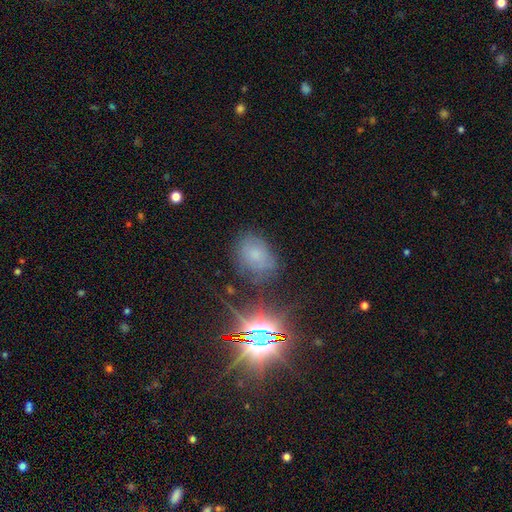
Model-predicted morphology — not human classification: Smooth or featured?
  - smooth: 51% *
  - star or artifact: 32%
  - featured or disk: 17%
How rounded?
  - in between: 74% *
  - round: 24%
  - cigar-shaped: 1%
Merging?
  - none: 71% *
  - minor disturbance: 19%
  - major disturbance: 8%
  - merger: 3%